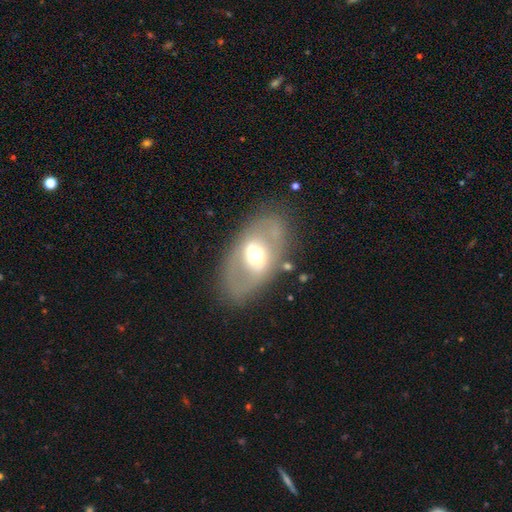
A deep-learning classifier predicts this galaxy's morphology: featured or disk 60%, smooth 32%, star or artifact 8%. Down the decision tree: edge-on disk — no (88%); bar — weak (35%); spiral arms — no (78%); bulge size — moderate (63%); merging — none (76%).